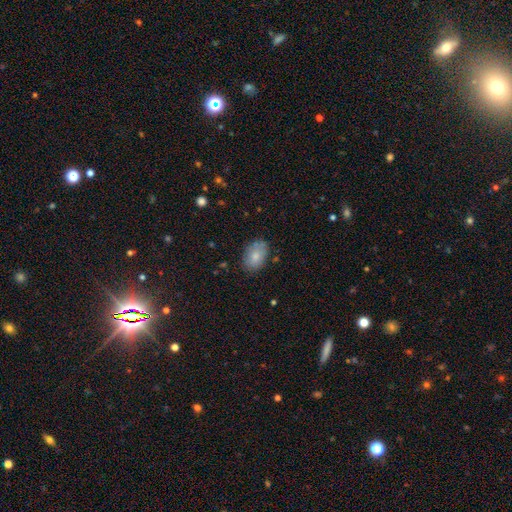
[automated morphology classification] Smooth or featured? smooth (80%)
How rounded? in between (86%)
Merging? none (75%)